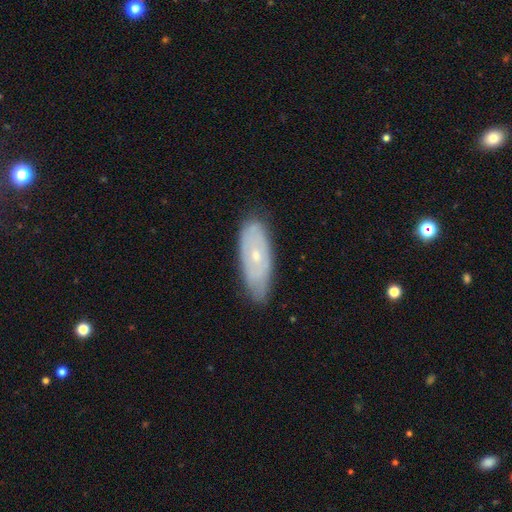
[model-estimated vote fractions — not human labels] Smooth or featured: featured or disk — 58% (smooth — 35%)
Edge-on disk: no — 82% (yes — 18%)
Merging: none — 75% (minor disturbance — 19%)